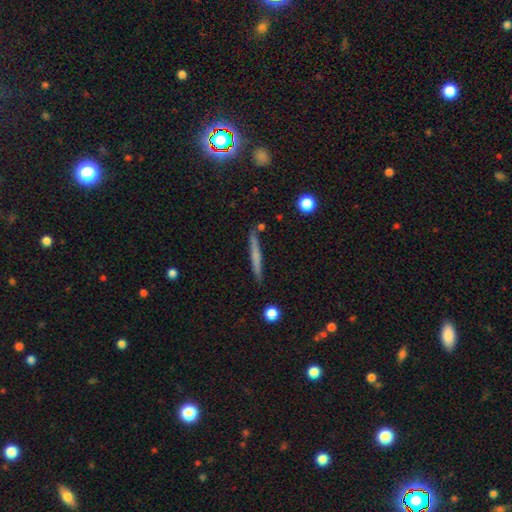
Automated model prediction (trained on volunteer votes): A smooth galaxy with no disk features (55%) that is cigar-shaped (95%). Merging: none (87%).